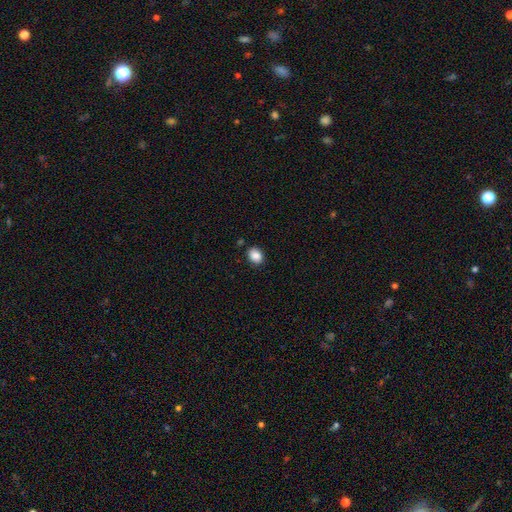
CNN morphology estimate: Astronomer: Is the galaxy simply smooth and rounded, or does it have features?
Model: smooth — 87%.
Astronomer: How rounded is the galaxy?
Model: in between — 58% (runner-up: round, 41%).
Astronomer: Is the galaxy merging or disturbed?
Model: none — 86%.